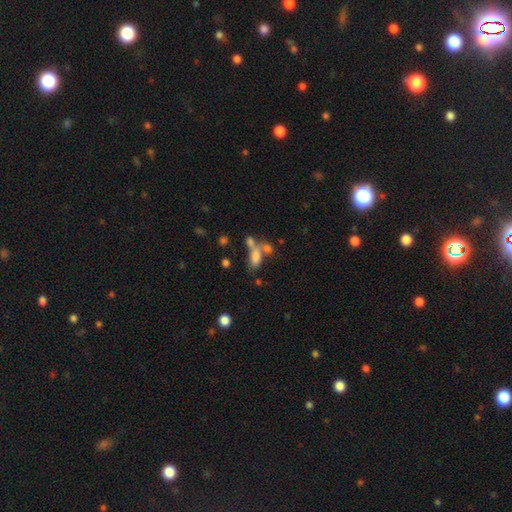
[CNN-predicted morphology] smooth 71%, featured or disk 16%, star or artifact 13%. Down the decision tree: how rounded — in between (79%); merging — merger (46%).